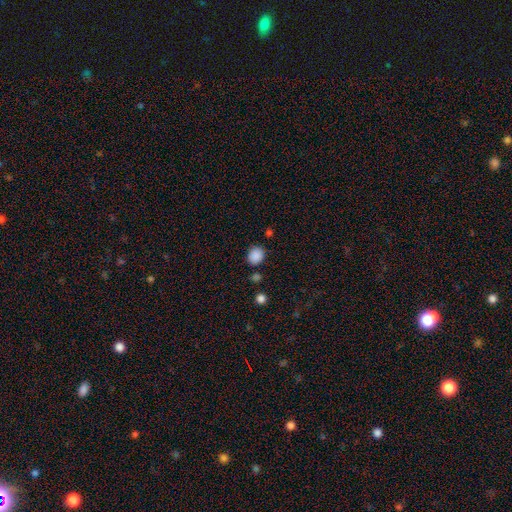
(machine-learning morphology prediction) type=smooth (87%); roundness=round (66%); merging=none (82%).